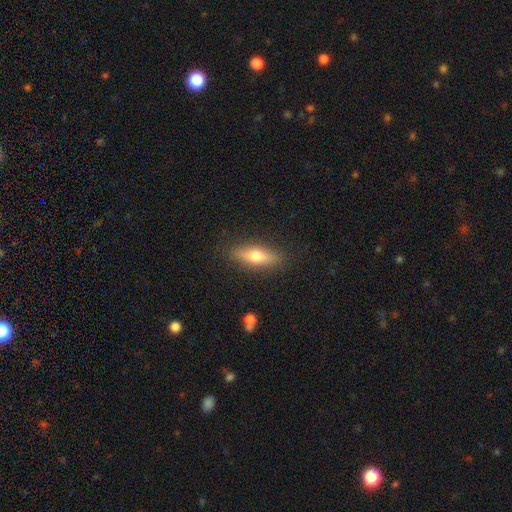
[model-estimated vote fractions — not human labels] Smooth or featured? Predicted: smooth (p=0.54). How rounded? Predicted: cigar-shaped (p=0.50). Merging? Predicted: none (p=0.87).